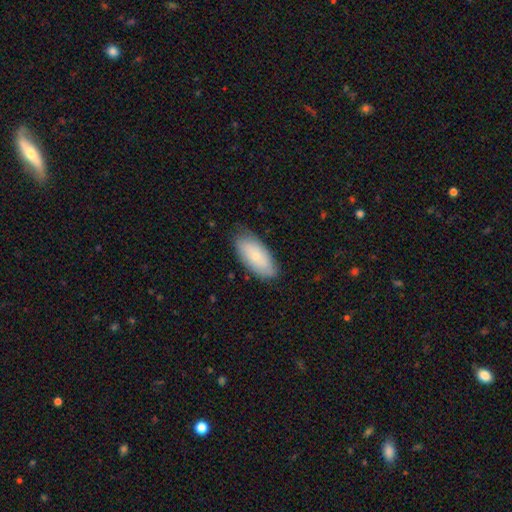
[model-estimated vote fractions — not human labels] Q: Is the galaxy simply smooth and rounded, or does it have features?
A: smooth — 70%.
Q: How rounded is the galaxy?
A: in between — 88%.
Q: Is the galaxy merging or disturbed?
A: none — 79%.